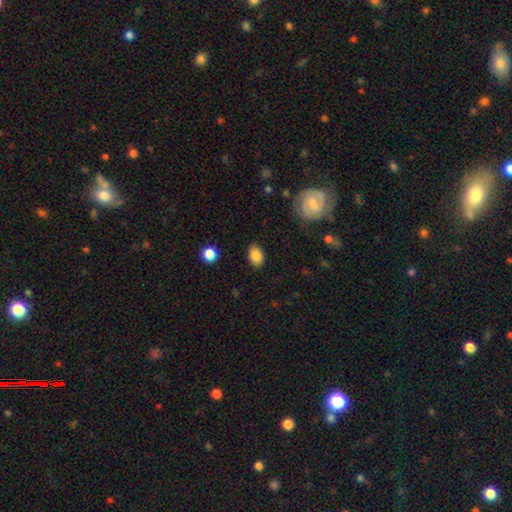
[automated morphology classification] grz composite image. It shows a smooth galaxy with no disk features (85%) that is in between round and cigar-shaped (81%). Merging: none (82%).